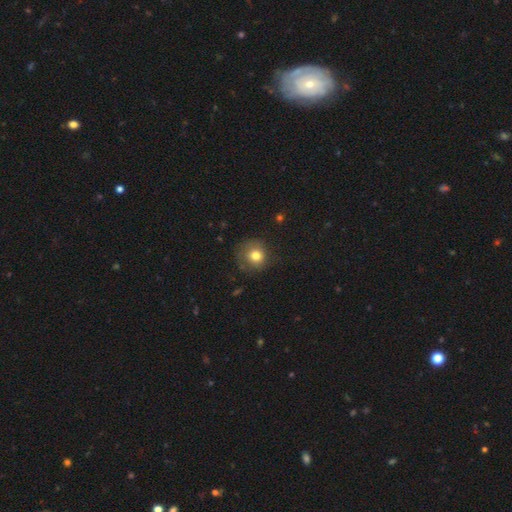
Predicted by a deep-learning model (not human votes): Smooth or featured: smooth — 77% (featured or disk — 12%)
How rounded: round — 90% (in between — 9%)
Merging: none — 72% (minor disturbance — 19%)